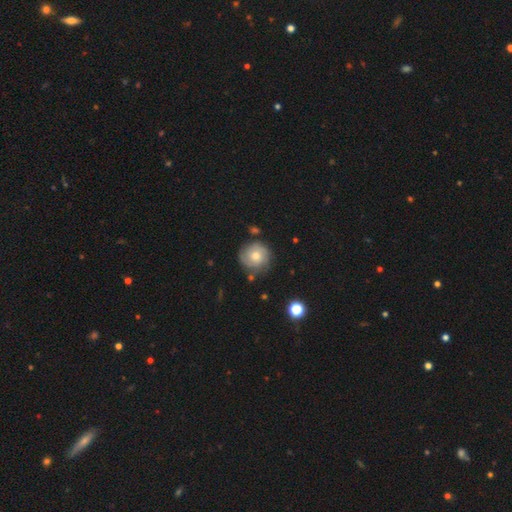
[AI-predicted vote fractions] smooth 52%, featured or disk 40%, star or artifact 8%. Down the decision tree: how rounded — round (93%); merging — none (77%).